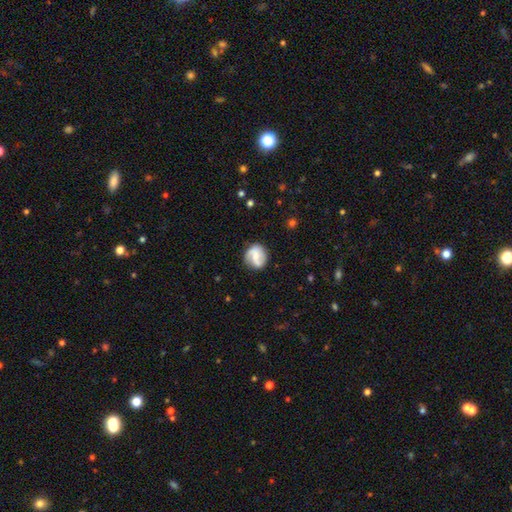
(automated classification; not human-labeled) Smooth or featured? Predicted: featured or disk (p=0.60). Edge-on disk? Predicted: no (p=0.97). Bar? Predicted: weak (p=0.43). Spiral arms? Predicted: yes (p=0.88). Spiral winding? Predicted: loose (p=0.39, tied with medium). Spiral arm count? Predicted: 2 (p=0.77). Bulge size? Predicted: small (p=0.43). Merging? Predicted: none (p=0.74).